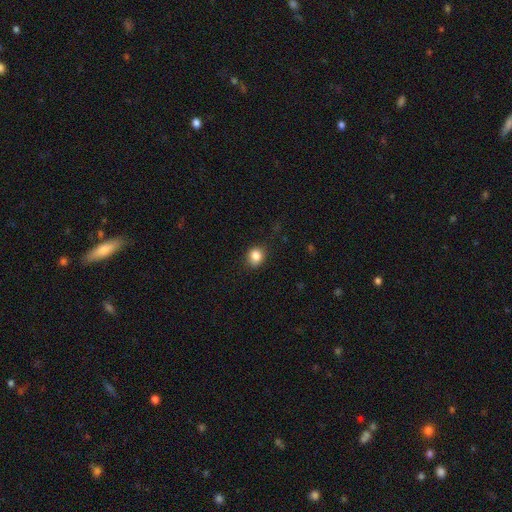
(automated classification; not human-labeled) A smooth galaxy with no disk features (85%) that is round (65%). Merging: none (80%).